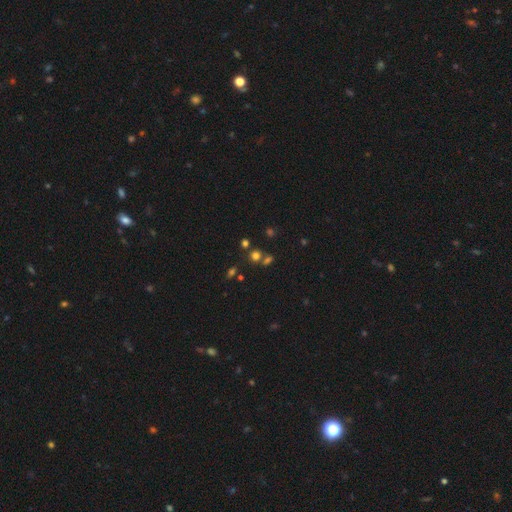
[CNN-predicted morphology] smooth 62%, star or artifact 30%, featured or disk 9%. Down the decision tree: how rounded — round (83%); merging — none (65%).